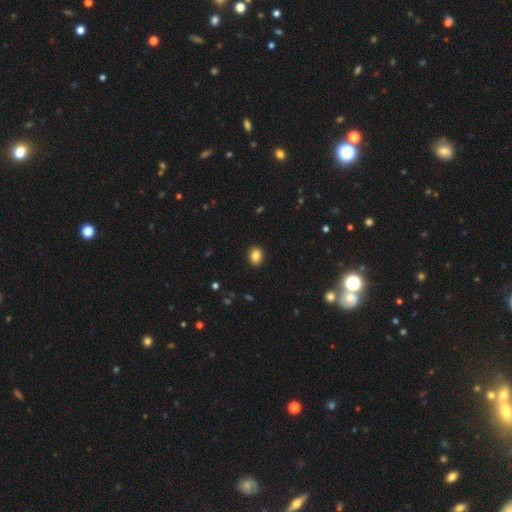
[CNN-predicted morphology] smooth-or-featured: smooth: 85% | star or artifact: 9% | featured or disk: 5%
  how-rounded: in between: 58% | round: 41% | cigar-shaped: 1%
  merging: none: 90% | minor disturbance: 7% | major disturbance: 2% | merger: 1%